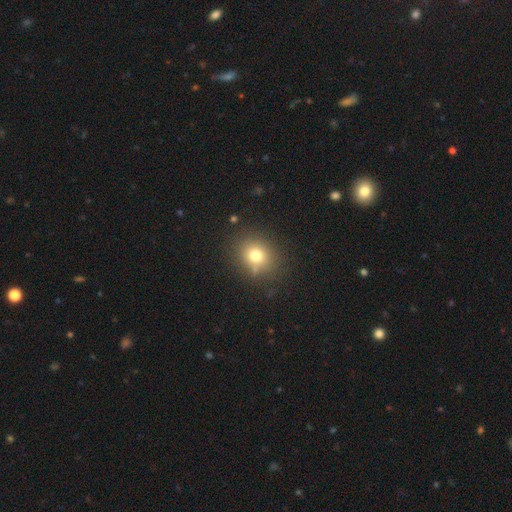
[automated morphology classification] smooth 75%, star or artifact 15%, featured or disk 10%. Down the decision tree: how rounded — round (74%); merging — none (81%).